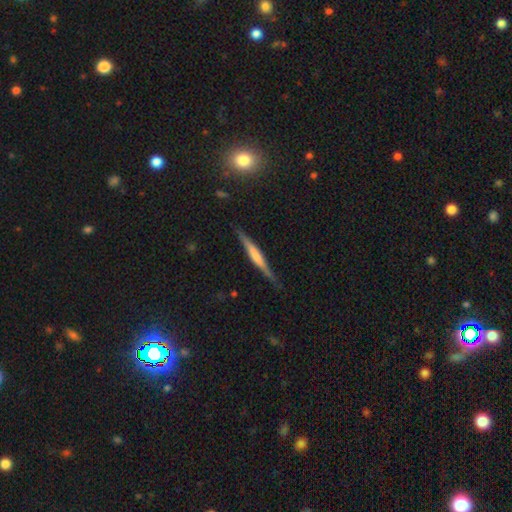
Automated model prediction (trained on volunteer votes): Overall: featured or disk (62%; smooth 32%). Edge-on disk: yes (97%). Edge-on bulge: boxy (38%; rounded 32%). Merging: none (86%).